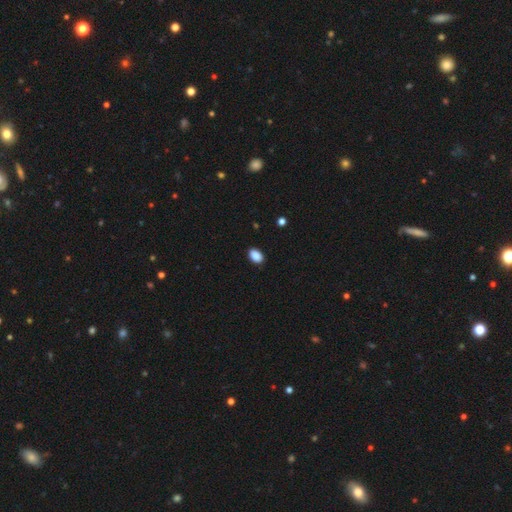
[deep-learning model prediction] smooth 89%, star or artifact 8%, featured or disk 2%. Down the decision tree: how rounded — in between (87%); merging — none (88%).